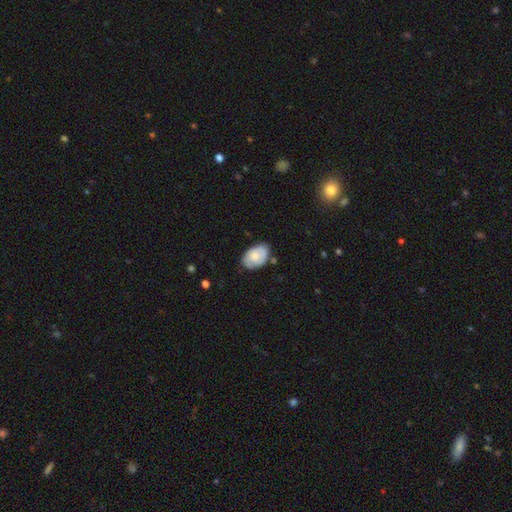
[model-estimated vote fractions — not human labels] The model was most divided on "smooth or featured": smooth: 56%, featured or disk: 38%, star or artifact: 6%. More confident: how rounded — in between (88%); merging — none (73%).